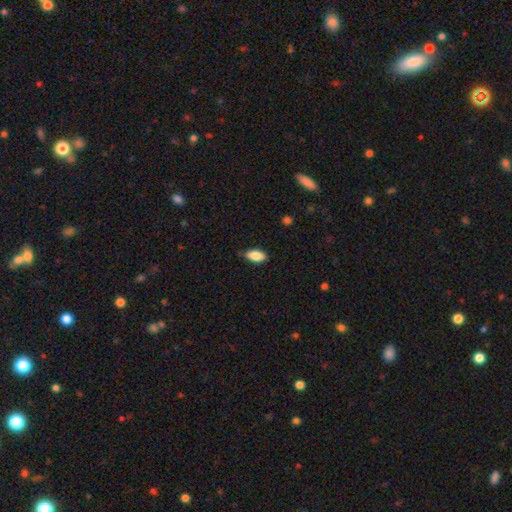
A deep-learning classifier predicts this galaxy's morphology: This is clearly a smooth galaxy (85%). How rounded: clearly in between (90%). Merging: clearly none (82%).